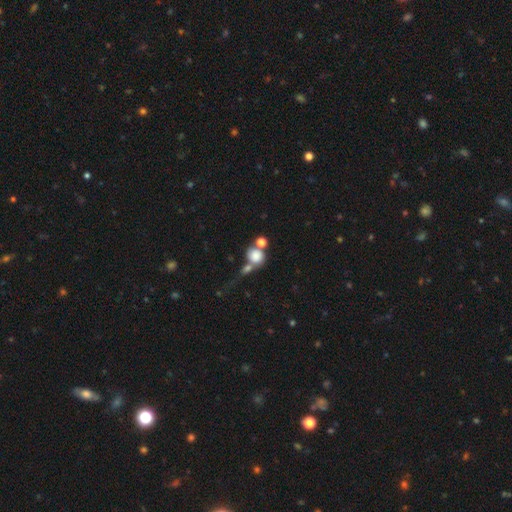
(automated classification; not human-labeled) A smooth galaxy with no disk features (79%) that is round (78%). Merging: merger (46%).